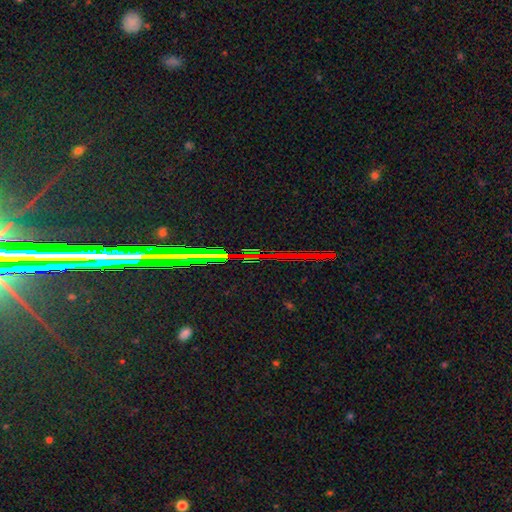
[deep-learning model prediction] Morphology: type=star or artifact (79%).